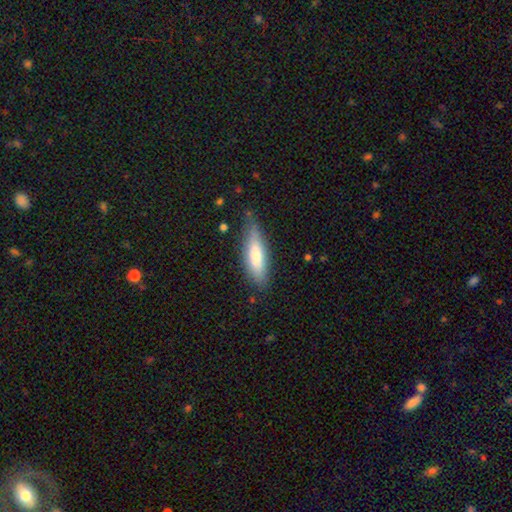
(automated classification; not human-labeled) smooth_or_featured: smooth (p=0.73) [alt: featured or disk p=0.21]
how_rounded: cigar-shaped (p=0.59) [alt: in between p=0.39]
merging: none (p=0.73) [alt: minor disturbance p=0.21]